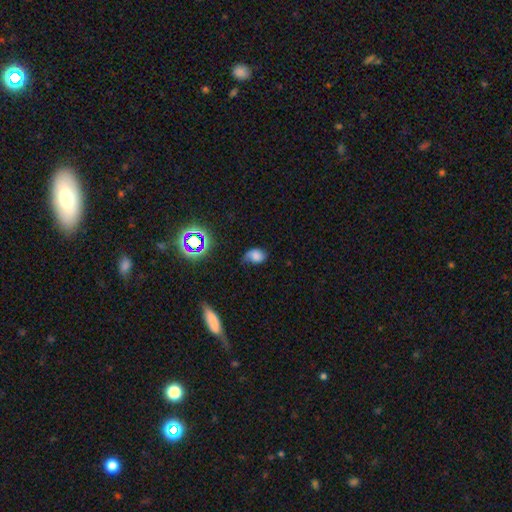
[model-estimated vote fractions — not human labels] Overall: smooth (62%; featured or disk 23%). How rounded: in between (71%). Merging: none (43%; minor disturbance 36%).